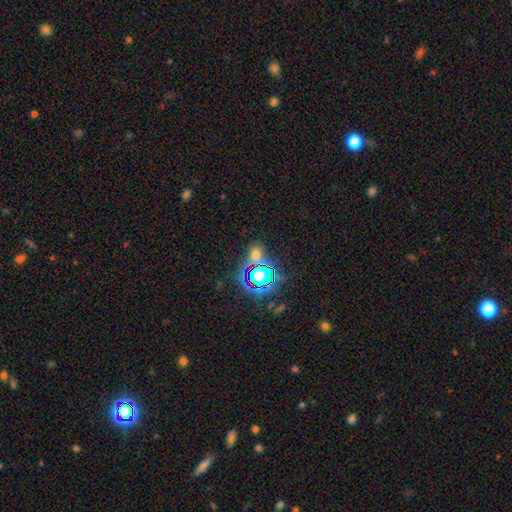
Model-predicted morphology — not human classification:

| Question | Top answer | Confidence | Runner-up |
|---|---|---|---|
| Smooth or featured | star or artifact | 56% | smooth (35%) |